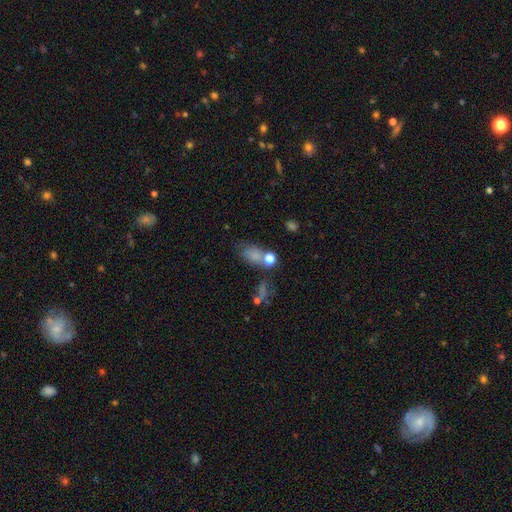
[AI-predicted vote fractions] Smooth or featured?
  - smooth: 73% *
  - star or artifact: 16%
  - featured or disk: 11%
How rounded?
  - in between: 74% *
  - round: 22%
  - cigar-shaped: 4%
Merging?
  - none: 44% *
  - merger: 26%
  - minor disturbance: 18%
  - major disturbance: 12%